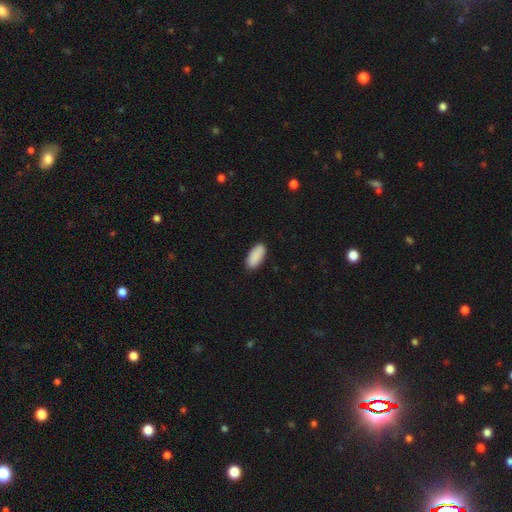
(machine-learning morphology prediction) smooth-or-featured: smooth: 91% | star or artifact: 6% | featured or disk: 3%
  how-rounded: in between: 89% | cigar-shaped: 10% | round: 2%
  merging: none: 88% | minor disturbance: 9% | major disturbance: 2% | merger: 1%